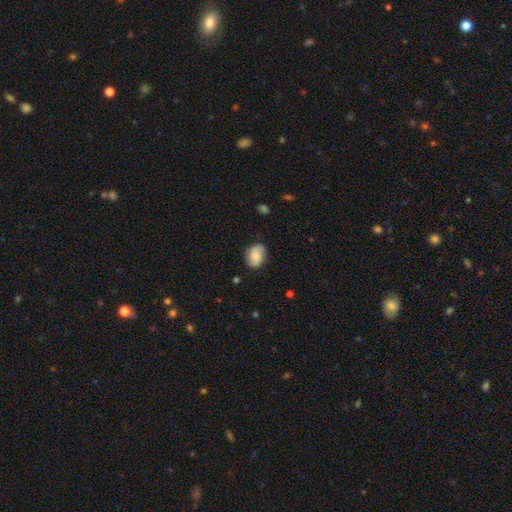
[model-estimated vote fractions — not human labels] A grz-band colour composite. It shows a smooth galaxy with no disk features (57%) that is in between round and cigar-shaped (65%). Merging: none (78%).